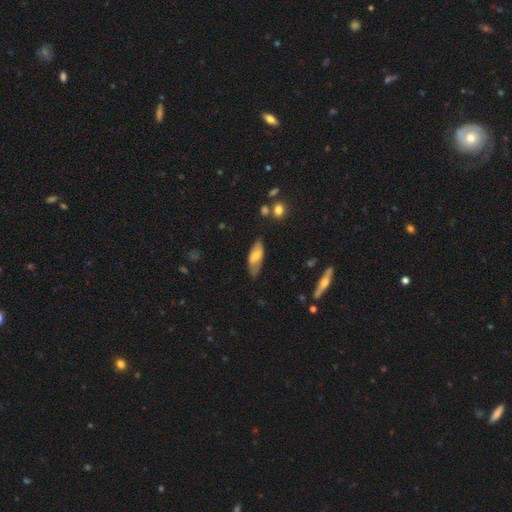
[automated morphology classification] smooth-or-featured: smooth: 67% | featured or disk: 26% | star or artifact: 7%
  how-rounded: in between: 76% | cigar-shaped: 22% | round: 2%
  merging: none: 65% | minor disturbance: 26% | major disturbance: 6% | merger: 2%